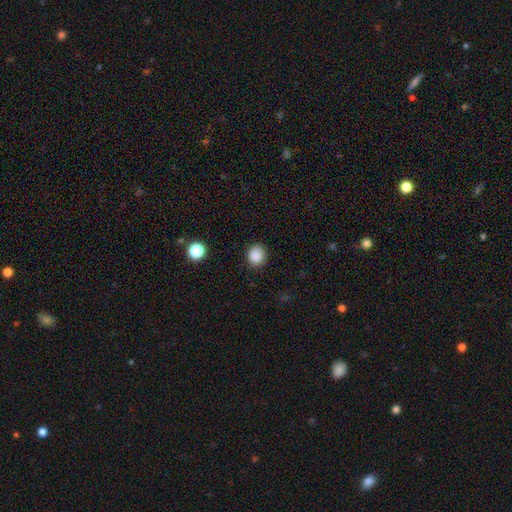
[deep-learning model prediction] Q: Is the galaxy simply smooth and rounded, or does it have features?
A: smooth — 86%.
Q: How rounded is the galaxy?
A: round — 77%.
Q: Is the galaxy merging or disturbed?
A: none — 85%.